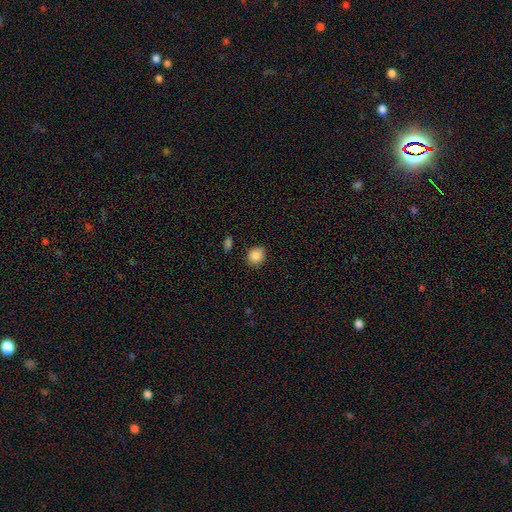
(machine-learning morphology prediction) Overall: smooth (87%). How rounded: round (69%; in between 30%). Merging: none (80%).